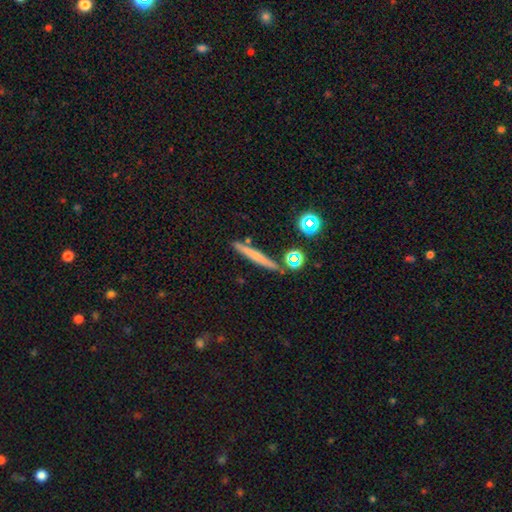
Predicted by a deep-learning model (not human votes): Overall: smooth (49%; featured or disk 40%). Merging: none (82%).